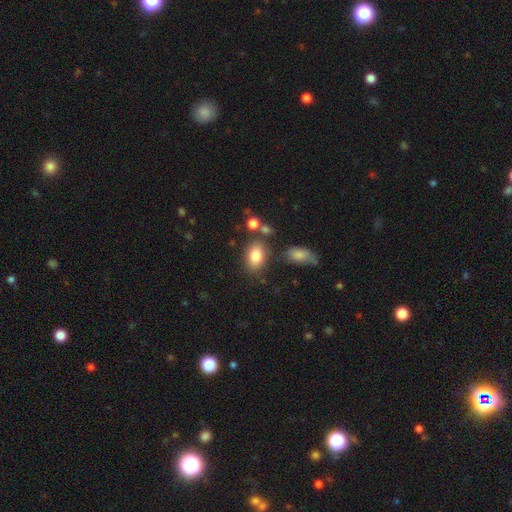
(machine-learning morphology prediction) Smooth or featured?
  - smooth: 82% *
  - featured or disk: 9%
  - star or artifact: 9%
How rounded?
  - in between: 83% *
  - round: 16%
  - cigar-shaped: 2%
Merging?
  - none: 72% *
  - minor disturbance: 14%
  - merger: 10%
  - major disturbance: 5%